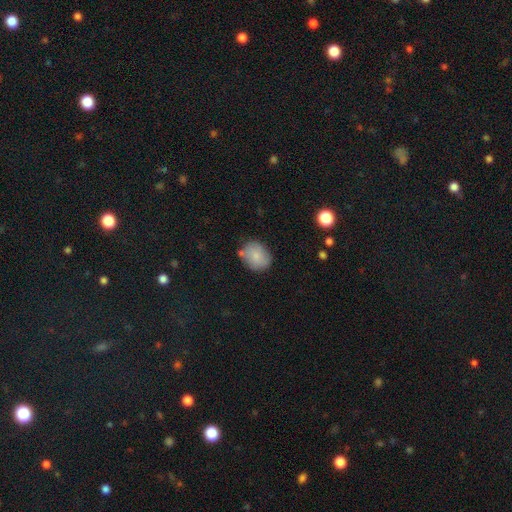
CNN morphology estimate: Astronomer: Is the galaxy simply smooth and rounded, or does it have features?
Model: smooth — 80%.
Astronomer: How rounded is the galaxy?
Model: round — 51% (runner-up: in between, 48%).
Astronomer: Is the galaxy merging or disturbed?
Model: none — 70%.